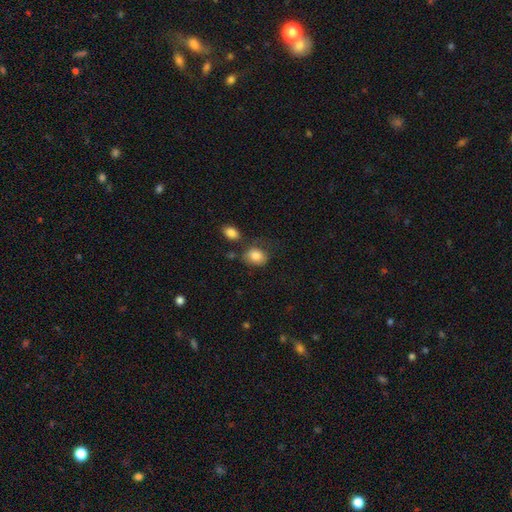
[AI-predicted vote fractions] smooth_or_featured: smooth (p=0.83) [alt: featured or disk p=0.08]
how_rounded: in between (p=0.60) [alt: round p=0.39]
merging: none (p=0.55) [alt: minor disturbance p=0.24]